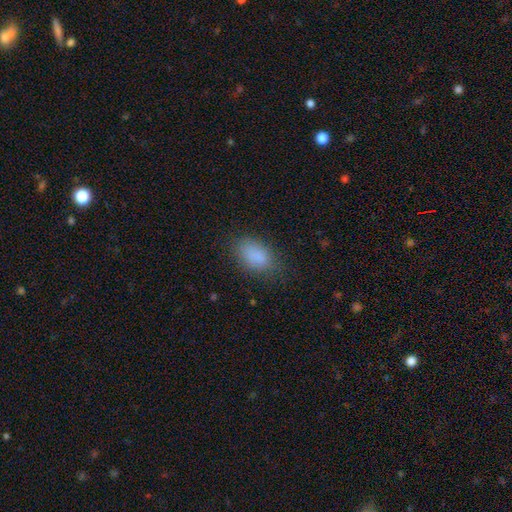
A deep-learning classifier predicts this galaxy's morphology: This is clearly a smooth galaxy (85%). How rounded: clearly in between (89%). Merging: likely none (76%).